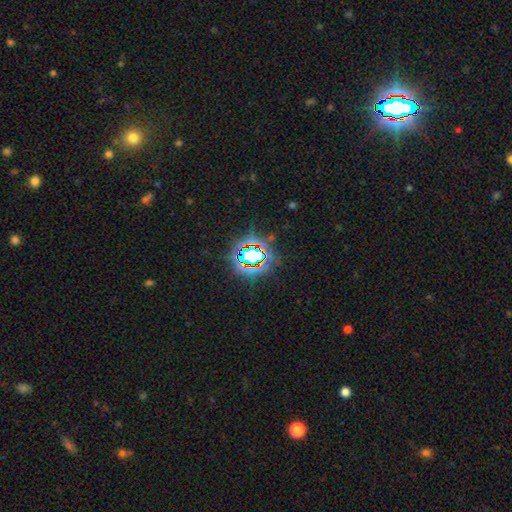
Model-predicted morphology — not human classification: Overall: star or artifact (70%).